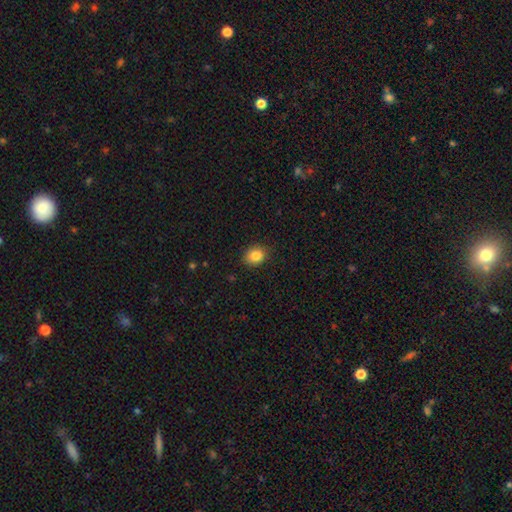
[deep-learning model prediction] Smooth or featured: smooth — 85% (star or artifact — 10%)
How rounded: round — 56% (in between — 43%)
Merging: none — 86% (minor disturbance — 10%)